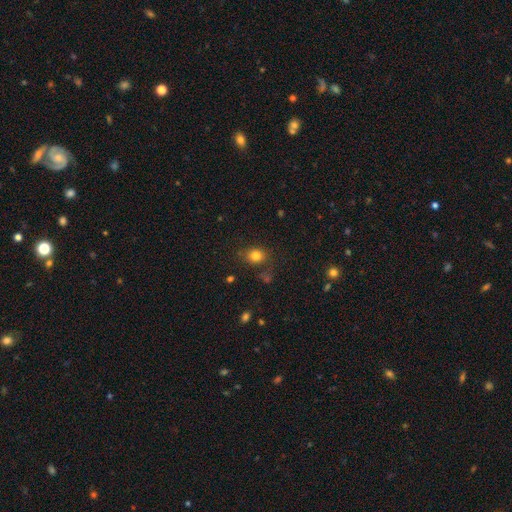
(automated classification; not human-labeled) Q: Smooth or featured?
A: smooth (81%); runner-up: star or artifact (13%)
Q: How rounded?
A: round (63%); runner-up: in between (36%)
Q: Merging?
A: none (76%); runner-up: minor disturbance (14%)